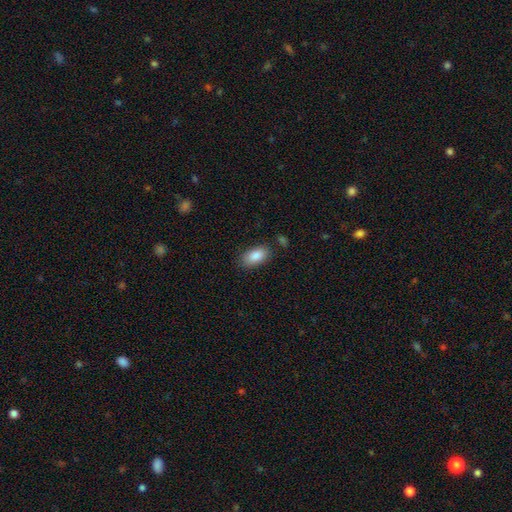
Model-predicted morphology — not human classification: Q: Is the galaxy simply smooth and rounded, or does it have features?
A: smooth — 88%.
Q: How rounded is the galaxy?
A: in between — 93%.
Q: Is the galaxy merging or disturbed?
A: none — 82%.